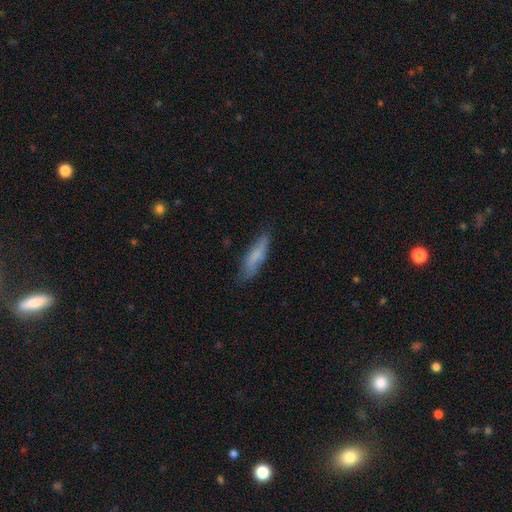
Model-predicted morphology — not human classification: smooth_or_featured: smooth (p=0.69) [alt: featured or disk p=0.24]
how_rounded: cigar-shaped (p=0.72) [alt: in between p=0.27]
merging: none (p=0.72) [alt: minor disturbance p=0.22]